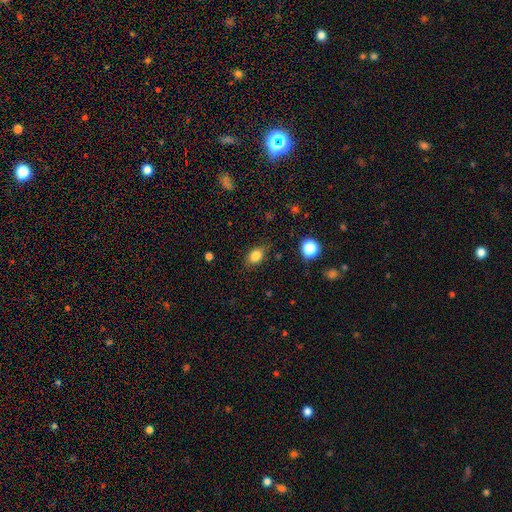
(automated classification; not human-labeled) A smooth galaxy with no disk features (83%) that is in between round and cigar-shaped (73%). Merging: none (81%).